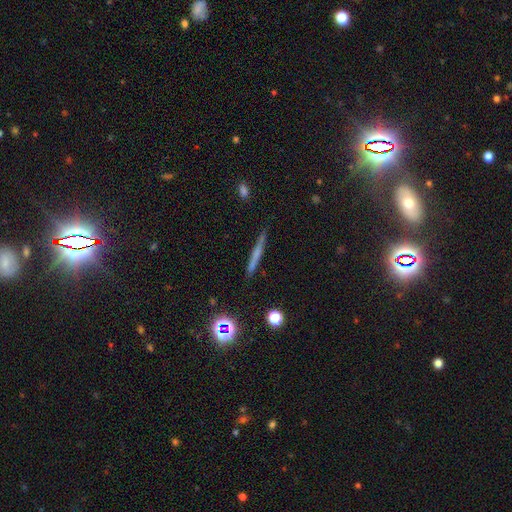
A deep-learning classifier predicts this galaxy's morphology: This is possibly a smooth galaxy (46%). Merging: clearly none (88%).